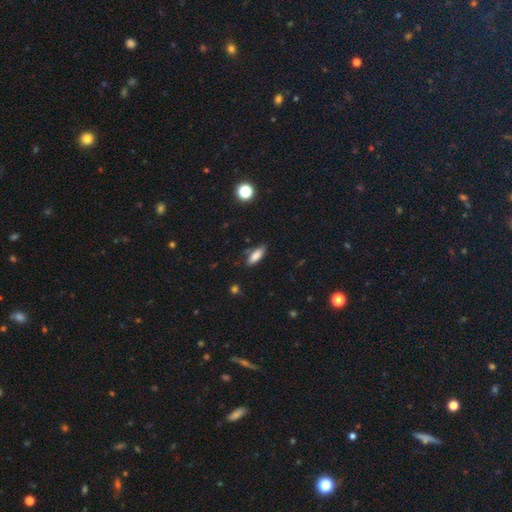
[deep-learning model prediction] smooth-or-featured: smooth: 81% | featured or disk: 10% | star or artifact: 8%
  how-rounded: in between: 67% | cigar-shaped: 31% | round: 2%
  merging: none: 74% | minor disturbance: 19% | major disturbance: 4% | merger: 3%